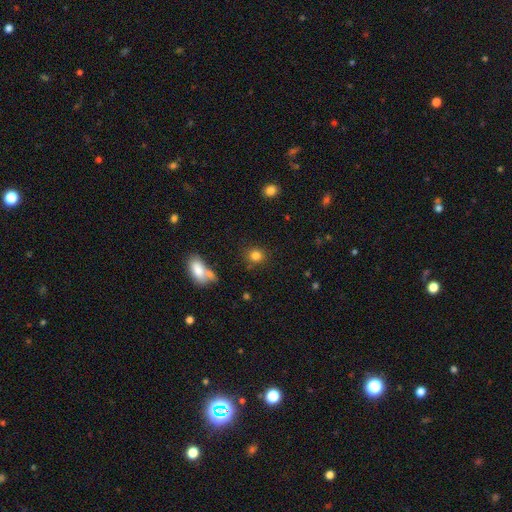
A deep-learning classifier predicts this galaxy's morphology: smooth 83%, star or artifact 11%, featured or disk 6%. Down the decision tree: how rounded — round (77%); merging — none (79%).